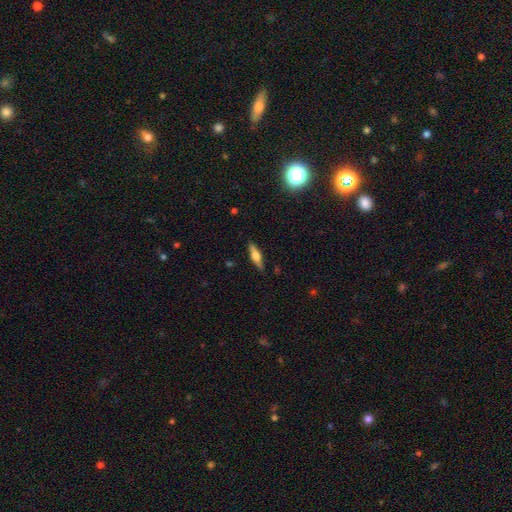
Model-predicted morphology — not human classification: Smooth or featured: featured or disk — 63% (smooth — 31%)
Edge-on disk: yes — 96% (no — 4%)
Edge-on bulge: rounded — 91% (boxy — 7%)
Merging: none — 89% (minor disturbance — 8%)